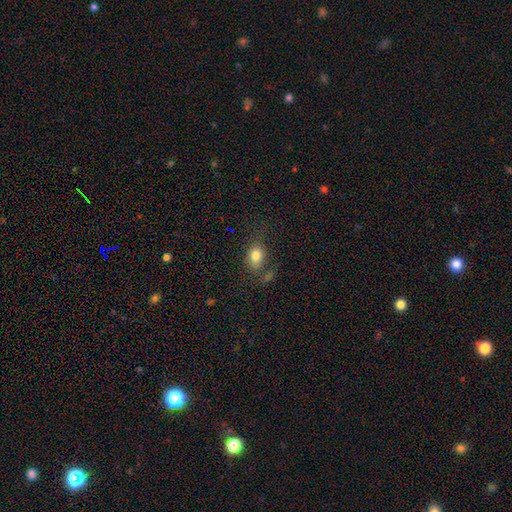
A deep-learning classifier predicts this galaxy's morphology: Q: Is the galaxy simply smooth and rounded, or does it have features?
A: smooth — 79%.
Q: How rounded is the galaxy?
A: in between — 74%.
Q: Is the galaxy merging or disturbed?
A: none — 57%.